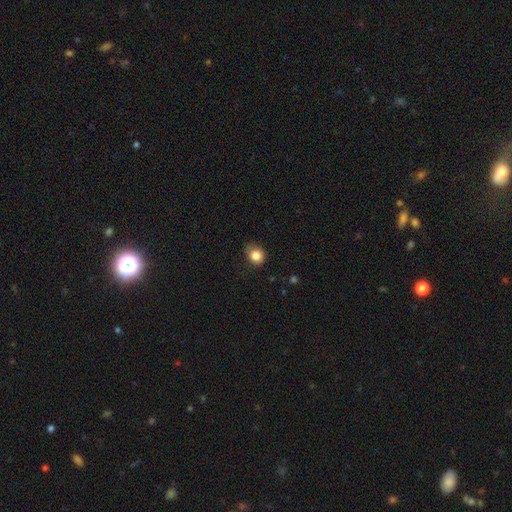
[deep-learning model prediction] A smooth galaxy with no disk features (84%) that is round (66%). Merging: none (61%).